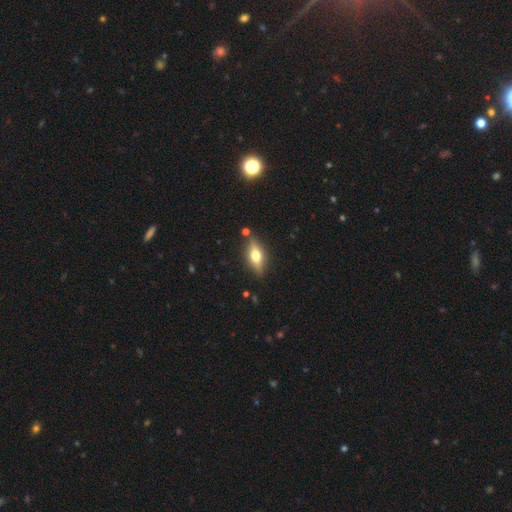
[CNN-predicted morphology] smooth 49%, featured or disk 43%, star or artifact 7%. Down the decision tree: merging — none (83%).